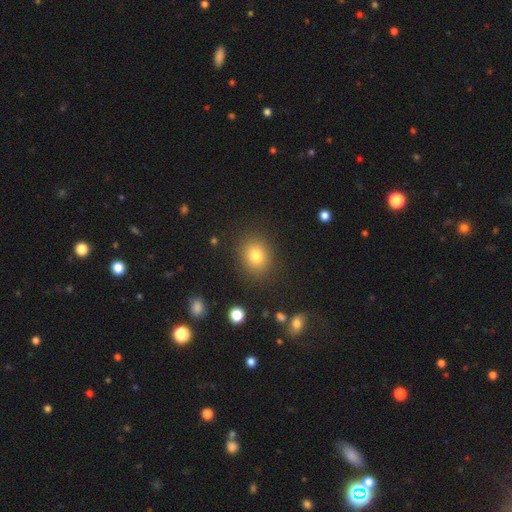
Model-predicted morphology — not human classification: smooth 79%, star or artifact 13%, featured or disk 9%. Down the decision tree: how rounded — round (67%); merging — none (87%).